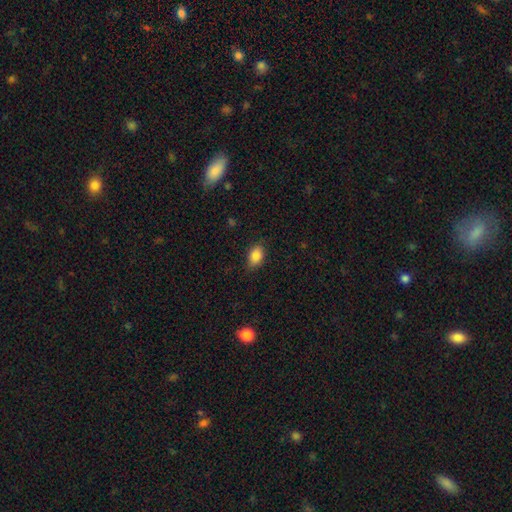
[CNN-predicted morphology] This appears to be a smooth galaxy with no disk features (86%) that is in between round and cigar-shaped (83%). Merging: none (82%).